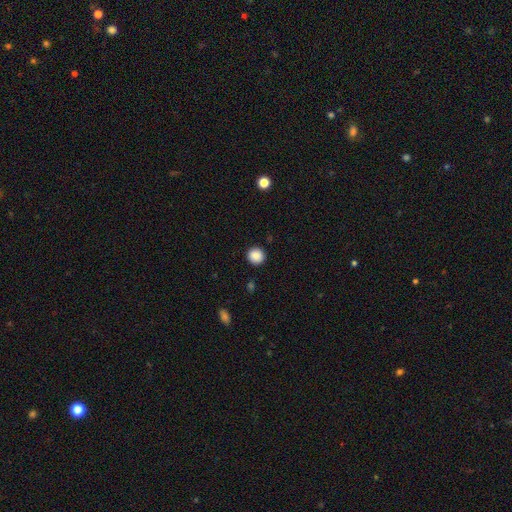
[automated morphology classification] type=smooth (88%); roundness=round (94%); merging=none (92%).